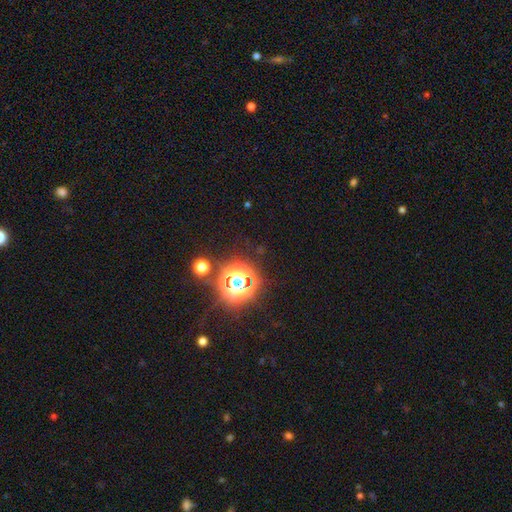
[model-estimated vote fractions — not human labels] Smooth or featured: star or artifact — 82% (smooth — 13%)